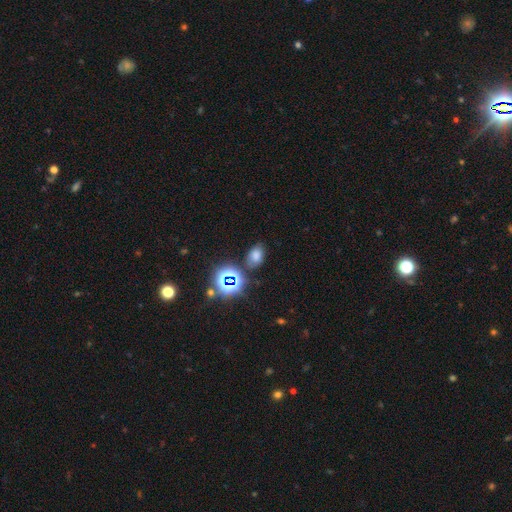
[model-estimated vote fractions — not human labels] This appears to be a smooth galaxy with no disk features (64%) that is in between round and cigar-shaped (80%). Merging: none (74%).